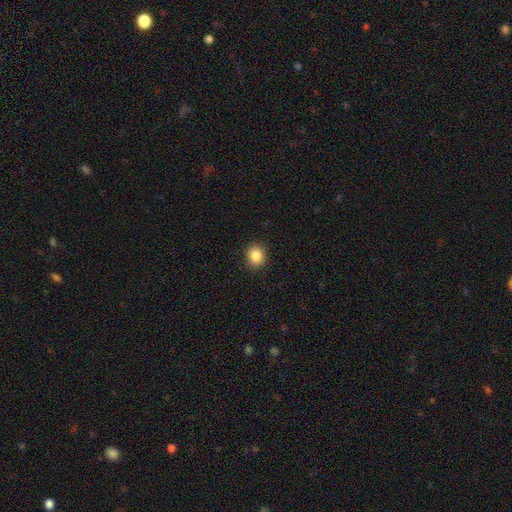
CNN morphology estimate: Smooth or featured: smooth — 85% (star or artifact — 10%)
How rounded: round — 80% (in between — 19%)
Merging: none — 91% (minor disturbance — 6%)